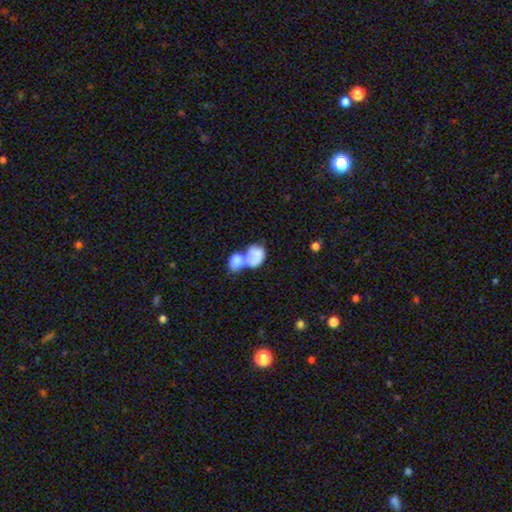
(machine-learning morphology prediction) A smooth galaxy with no disk features (66%) that is in between round and cigar-shaped (61%). Merging: merger (78%).